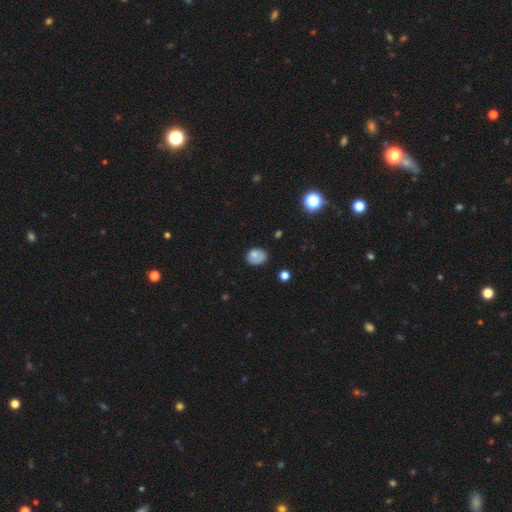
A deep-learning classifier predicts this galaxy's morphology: Overall: smooth (73%). How rounded: in between (59%; round 39%). Merging: none (57%; minor disturbance 27%).